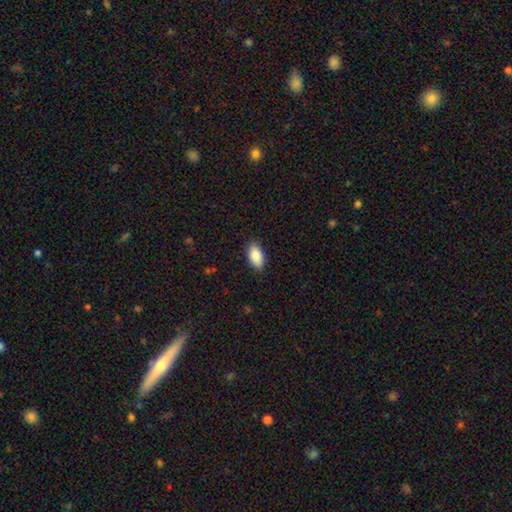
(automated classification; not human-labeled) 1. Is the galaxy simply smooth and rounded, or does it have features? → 89% smooth, 7% star or artifact, 5% featured or disk.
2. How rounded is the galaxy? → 94% in between, 3% round, 3% cigar-shaped.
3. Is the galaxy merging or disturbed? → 87% none, 10% minor disturbance, 2% major disturbance, 1% merger.